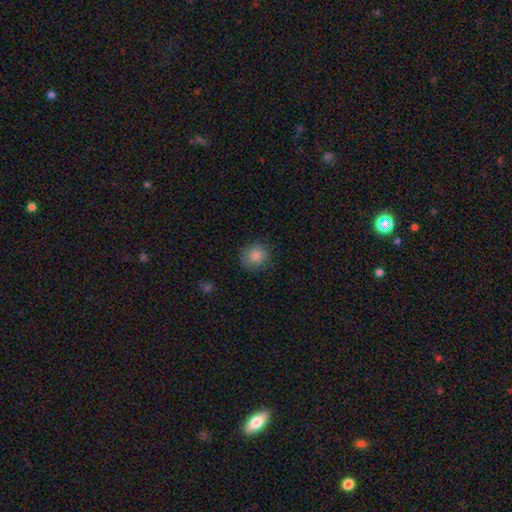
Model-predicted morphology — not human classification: Smooth or featured? smooth (86%)
How rounded? round (85%)
Merging? none (80%)